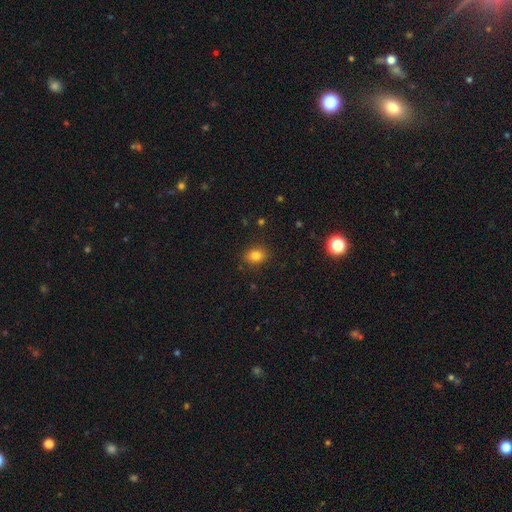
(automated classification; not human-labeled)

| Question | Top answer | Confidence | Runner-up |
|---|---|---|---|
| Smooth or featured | smooth | 81% | star or artifact (12%) |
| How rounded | in between | 54% | round (45%) |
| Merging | none | 87% | minor disturbance (9%) |